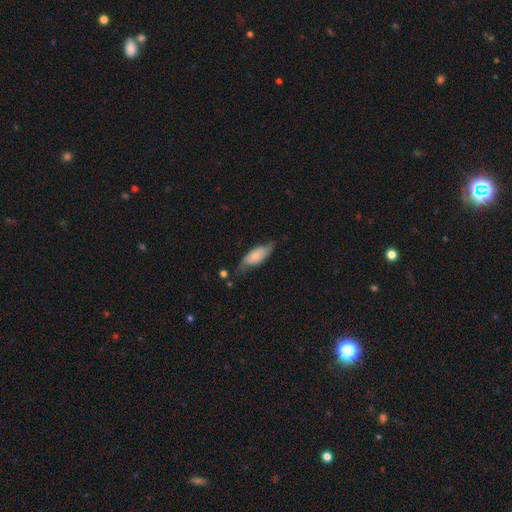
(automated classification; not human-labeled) Overall: smooth (64%; featured or disk 29%). How rounded: in between (74%). Merging: none (56%; minor disturbance 32%).